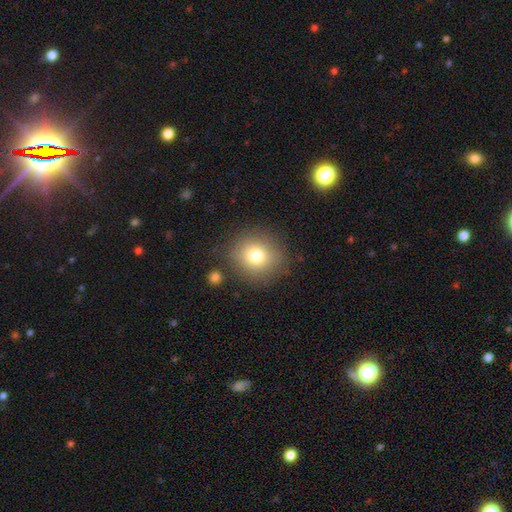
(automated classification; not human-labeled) Smooth or featured?
  - smooth: 77% *
  - star or artifact: 12%
  - featured or disk: 11%
How rounded?
  - round: 86% *
  - in between: 13%
  - cigar-shaped: 1%
Merging?
  - none: 83% *
  - minor disturbance: 9%
  - major disturbance: 4%
  - merger: 3%